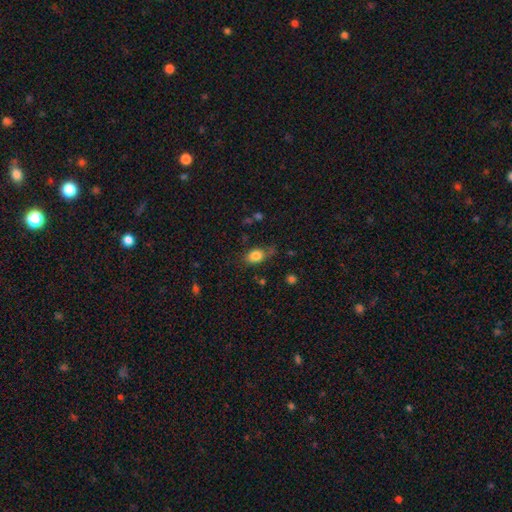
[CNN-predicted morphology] smooth-or-featured: smooth: 84% | star or artifact: 9% | featured or disk: 7%
  how-rounded: in between: 78% | round: 20% | cigar-shaped: 2%
  merging: none: 70% | minor disturbance: 21% | major disturbance: 6% | merger: 3%